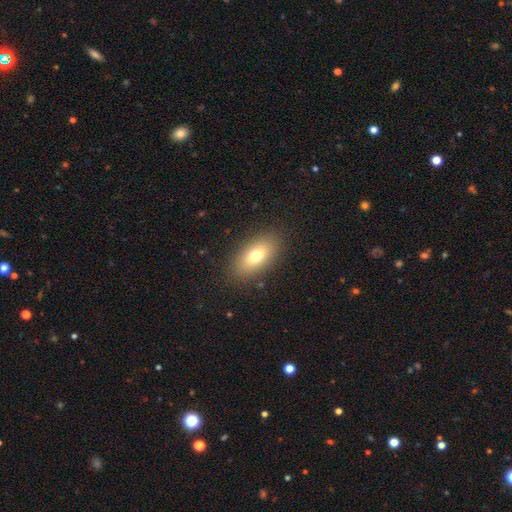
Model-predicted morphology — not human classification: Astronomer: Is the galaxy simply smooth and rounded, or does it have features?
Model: smooth — 74%.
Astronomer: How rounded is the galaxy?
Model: in between — 89%.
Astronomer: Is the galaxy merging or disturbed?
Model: none — 87%.